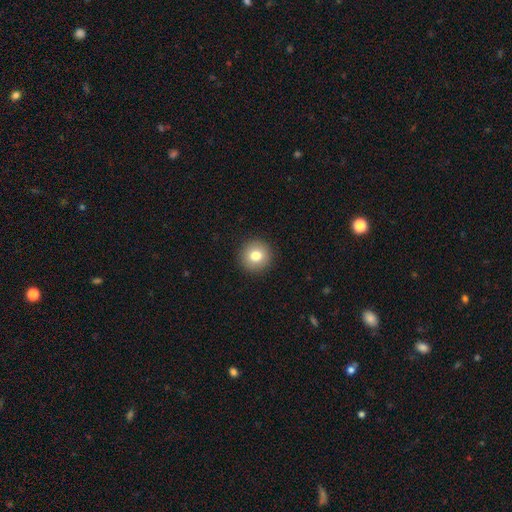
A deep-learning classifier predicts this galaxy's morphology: Smooth or featured? smooth (79%)
How rounded? round (95%)
Merging? none (93%)